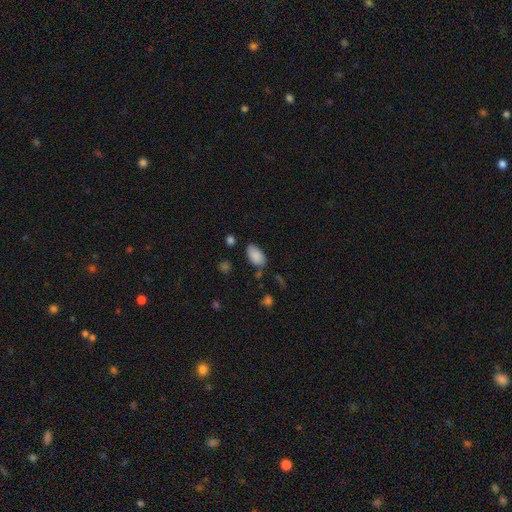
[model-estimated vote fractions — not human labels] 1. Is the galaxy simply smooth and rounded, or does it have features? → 87% smooth, 8% star or artifact, 5% featured or disk.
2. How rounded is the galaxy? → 94% in between, 4% round, 2% cigar-shaped.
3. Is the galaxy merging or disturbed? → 72% none, 19% minor disturbance, 5% merger, 4% major disturbance.